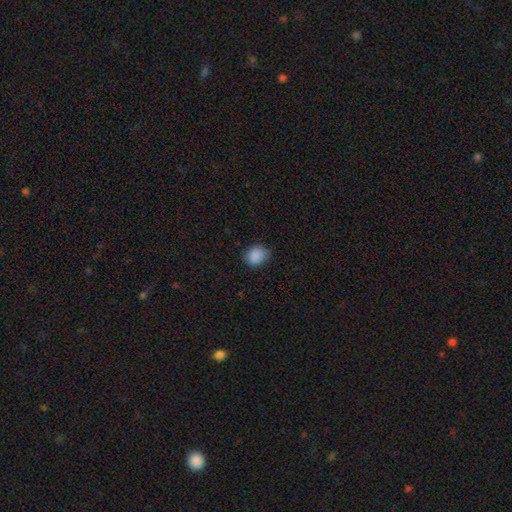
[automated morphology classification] This is clearly a smooth galaxy (88%). How rounded: likely round (66%). Merging: likely none (76%).